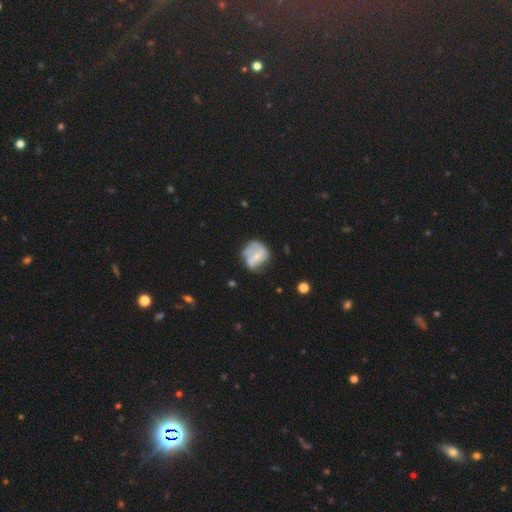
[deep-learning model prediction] Smooth or featured: featured or disk — 47% (smooth — 45%)
Merging: none — 40% (minor disturbance — 31%)